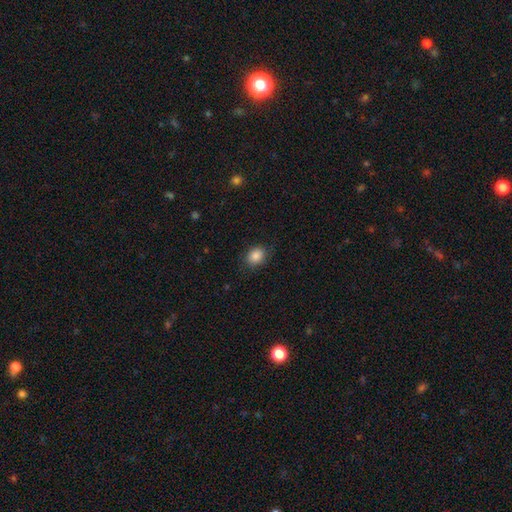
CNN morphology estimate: smooth_or_featured: smooth (p=0.87) [alt: star or artifact p=0.09]
how_rounded: in between (p=0.51) [alt: round p=0.48]
merging: none (p=0.83) [alt: minor disturbance p=0.13]